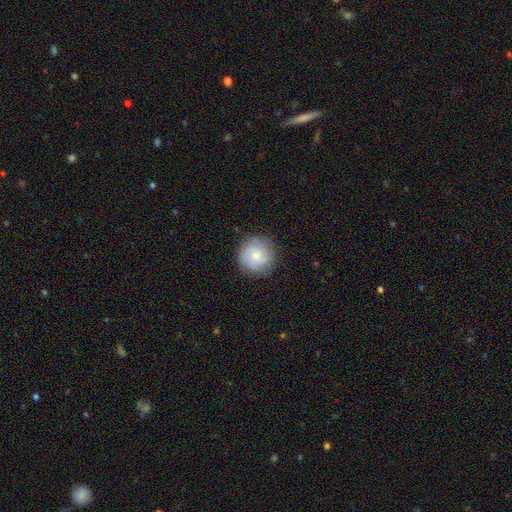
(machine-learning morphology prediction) Overall: smooth (55%; featured or disk 37%). How rounded: round (94%). Merging: none (85%).